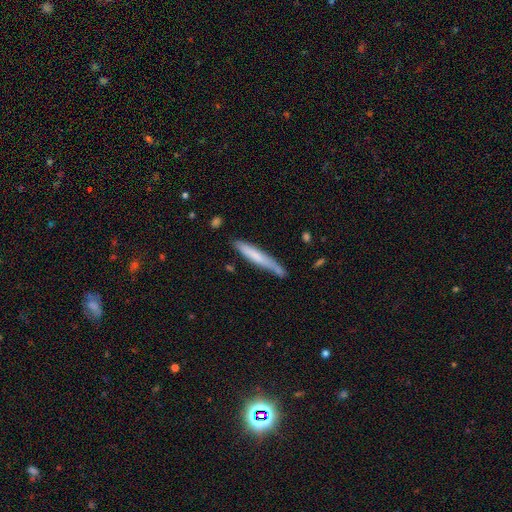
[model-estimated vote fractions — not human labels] Smooth or featured: smooth — 64% (featured or disk — 30%)
How rounded: cigar-shaped — 94% (in between — 5%)
Merging: none — 70% (minor disturbance — 22%)